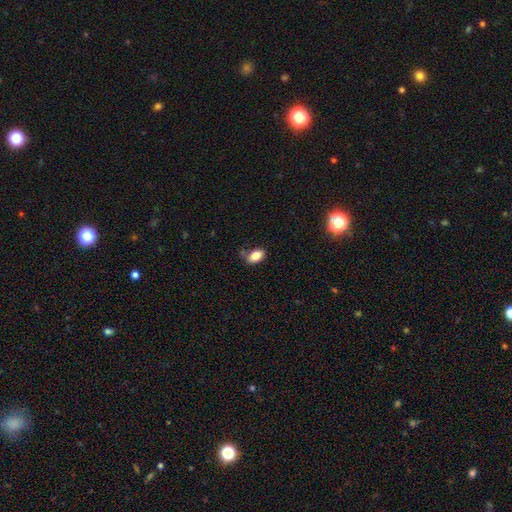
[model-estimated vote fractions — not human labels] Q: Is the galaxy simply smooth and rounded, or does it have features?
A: smooth — 83%.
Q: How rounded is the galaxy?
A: in between — 91%.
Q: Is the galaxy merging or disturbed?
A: none — 67%.